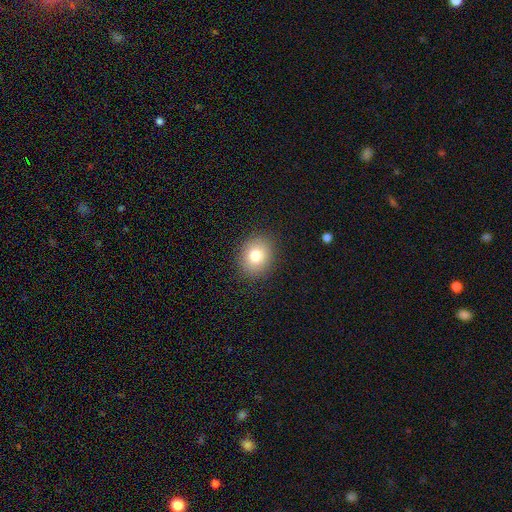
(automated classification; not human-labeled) Overall: smooth (79%). How rounded: round (60%; in between 40%). Merging: none (88%).